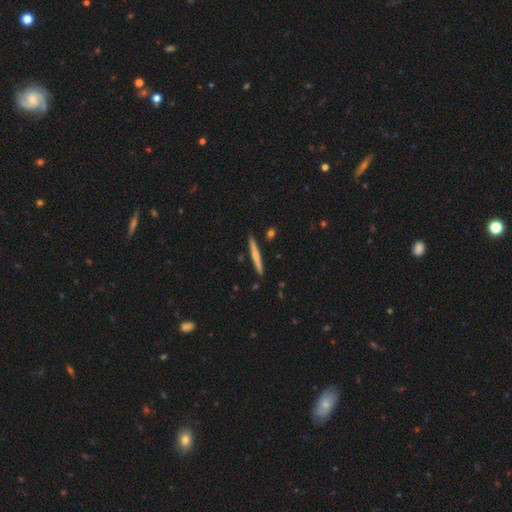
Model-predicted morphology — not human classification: Overall: smooth (55%; featured or disk 39%). How rounded: cigar-shaped (96%). Merging: none (90%).